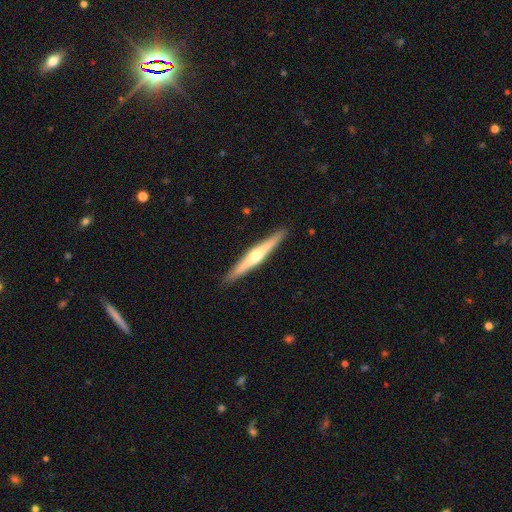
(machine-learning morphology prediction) featured or disk 70%, smooth 25%, star or artifact 5%. Down the decision tree: edge-on disk — yes (98%); edge-on bulge — rounded (90%); merging — none (92%).